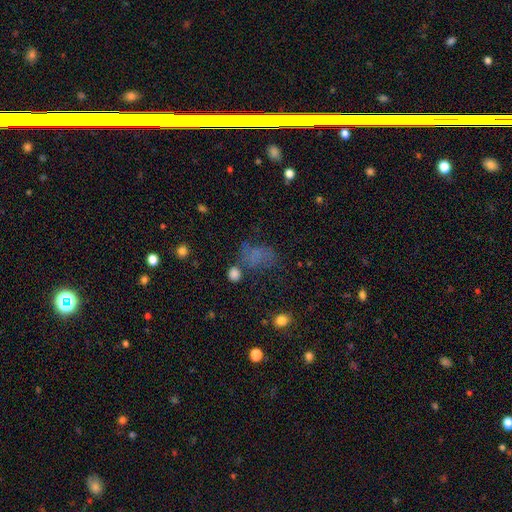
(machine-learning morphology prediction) The model was most divided on "merging": none: 40%, major disturbance: 28%, minor disturbance: 24%, merger: 9%. More confident: how rounded — in between (74%); smooth or featured — smooth (54%).